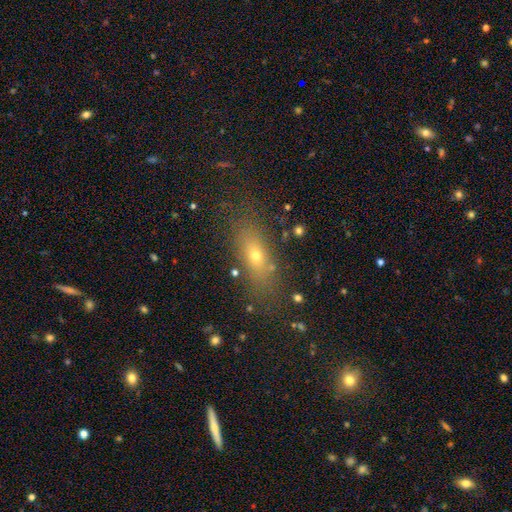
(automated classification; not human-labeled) A smooth galaxy with no disk features (63%) that is in between round and cigar-shaped (62%). Merging: none (79%).